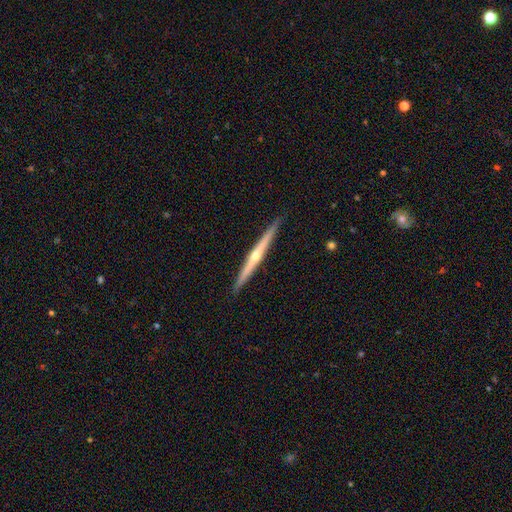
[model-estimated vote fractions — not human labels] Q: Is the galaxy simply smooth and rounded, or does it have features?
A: featured or disk — 77%.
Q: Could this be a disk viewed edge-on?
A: yes — 98%.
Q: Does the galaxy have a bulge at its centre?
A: rounded — 83%.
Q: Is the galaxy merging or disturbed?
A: none — 92%.